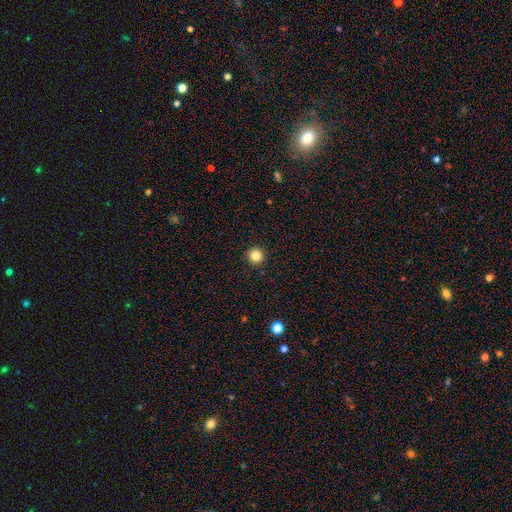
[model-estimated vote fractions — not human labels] A smooth galaxy with no disk features (84%) that is round (96%). Merging: none (94%).